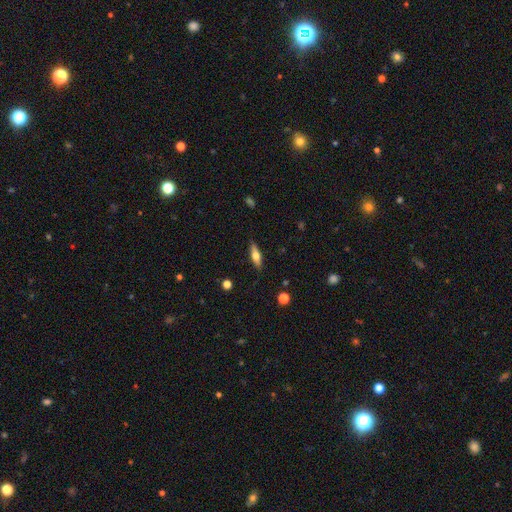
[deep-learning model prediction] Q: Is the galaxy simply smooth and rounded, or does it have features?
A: smooth — 50%.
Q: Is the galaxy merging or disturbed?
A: none — 87%.